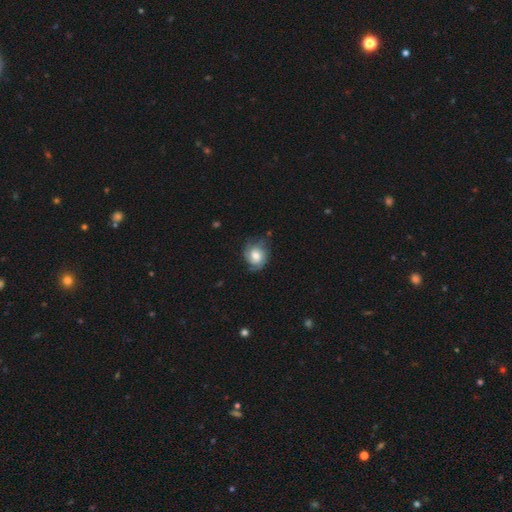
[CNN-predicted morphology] This is likely a featured or disk galaxy (61%). It is clearly not viewed edge-on (97%). Bar: likely no (71%). Spiral arm pattern: clearly yes (90%). Spiral arm count: marginally 2 (38%). Spiral winding: possibly tight (55%). Central bulge: possibly moderate (59%). Merging: likely none (66%).